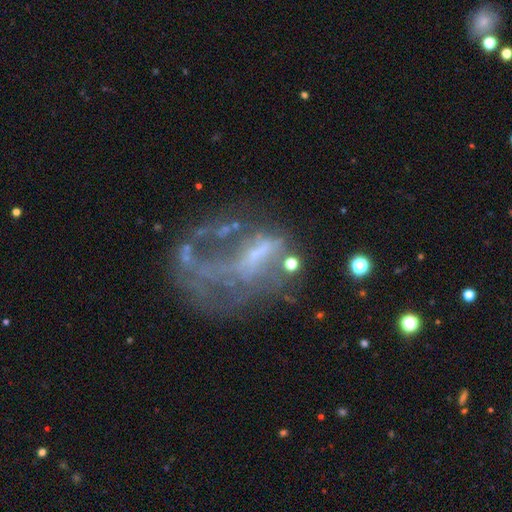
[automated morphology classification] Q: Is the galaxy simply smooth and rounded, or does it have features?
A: featured or disk — 65%.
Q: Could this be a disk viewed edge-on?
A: no — 96%.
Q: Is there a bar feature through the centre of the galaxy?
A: no — 62%.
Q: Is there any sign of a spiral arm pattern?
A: no — 76%.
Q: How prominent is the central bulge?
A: none — 56%.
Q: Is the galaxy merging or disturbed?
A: major disturbance — 48%.